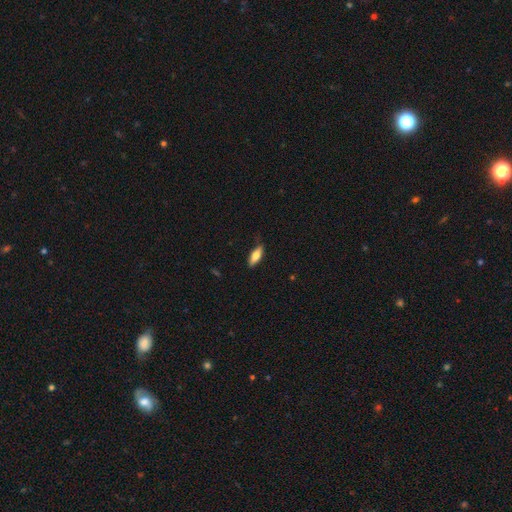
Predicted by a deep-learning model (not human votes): Morphology: type=smooth (74%); roundness=in between (68%); merging=none (81%).